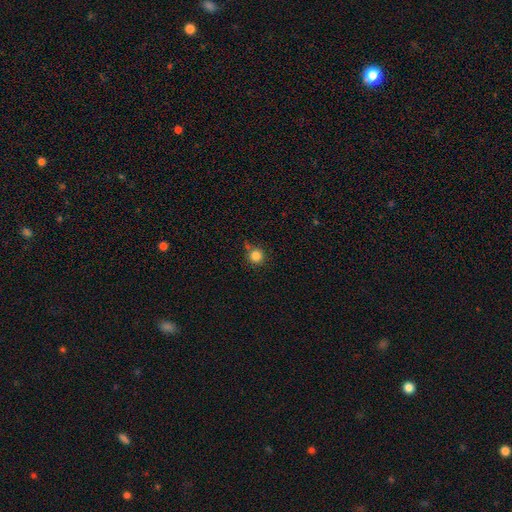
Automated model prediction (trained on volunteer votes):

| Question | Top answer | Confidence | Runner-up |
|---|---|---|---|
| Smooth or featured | smooth | 84% | star or artifact (12%) |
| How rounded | round | 95% | in between (4%) |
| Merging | none | 74% | minor disturbance (15%) |